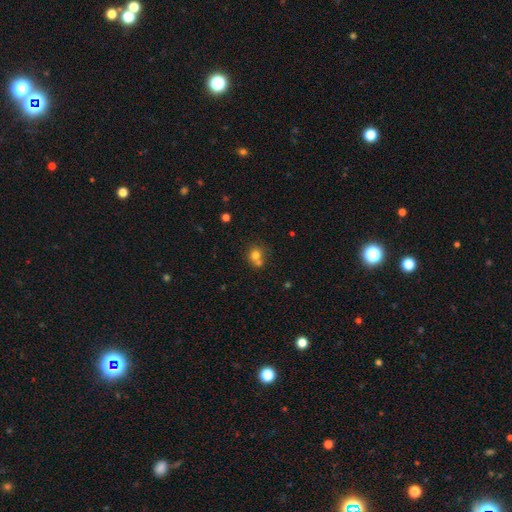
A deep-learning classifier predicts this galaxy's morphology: smooth_or_featured: smooth (p=0.74) [alt: star or artifact p=0.13]
how_rounded: round (p=0.82) [alt: in between p=0.17]
merging: none (p=0.46) [alt: merger p=0.42]